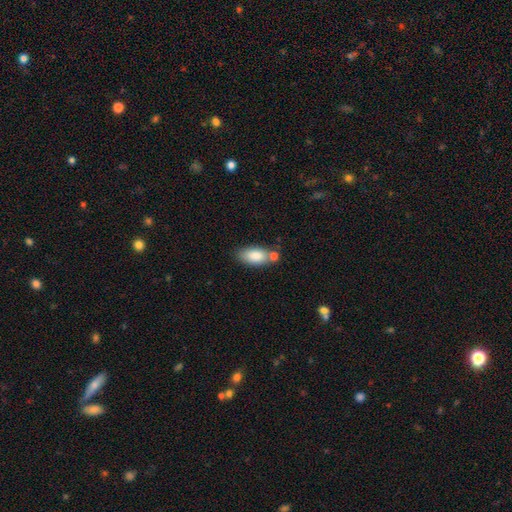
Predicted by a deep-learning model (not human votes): Q: Smooth or featured?
A: smooth (84%); runner-up: featured or disk (9%)
Q: How rounded?
A: in between (90%); runner-up: cigar-shaped (7%)
Q: Merging?
A: none (59%); runner-up: merger (19%)